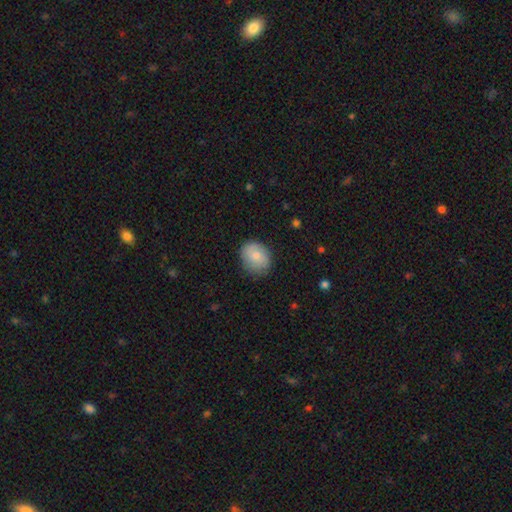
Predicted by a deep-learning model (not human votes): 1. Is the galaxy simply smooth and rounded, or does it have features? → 72% smooth, 21% featured or disk, 7% star or artifact.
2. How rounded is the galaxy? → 56% round, 43% in between, 1% cigar-shaped.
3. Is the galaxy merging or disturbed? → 79% none, 16% minor disturbance, 4% major disturbance, 1% merger.